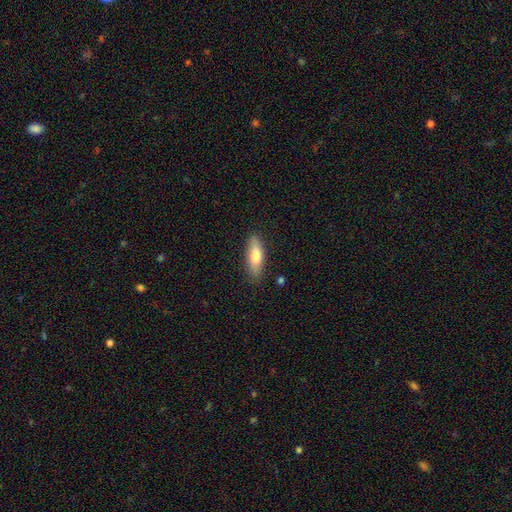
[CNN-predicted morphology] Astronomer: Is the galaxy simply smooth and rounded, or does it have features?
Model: smooth — 77%.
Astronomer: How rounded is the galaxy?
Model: in between — 56% (runner-up: cigar-shaped, 41%).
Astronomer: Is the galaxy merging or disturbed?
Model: none — 82%.